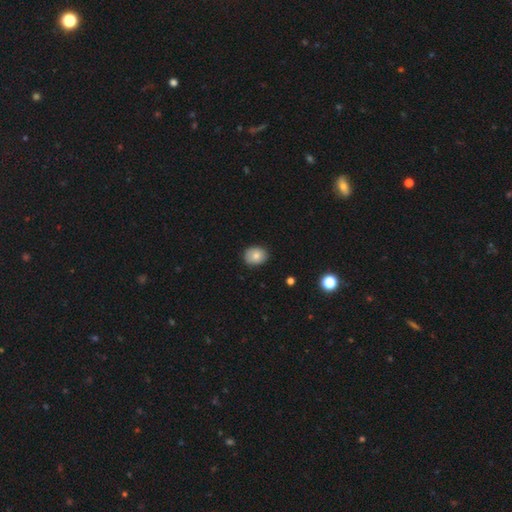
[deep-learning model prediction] The model was most divided on "how rounded": round: 52%, in between: 47%, cigar-shaped: 1%. More confident: merging — none (85%); smooth or featured — smooth (81%).